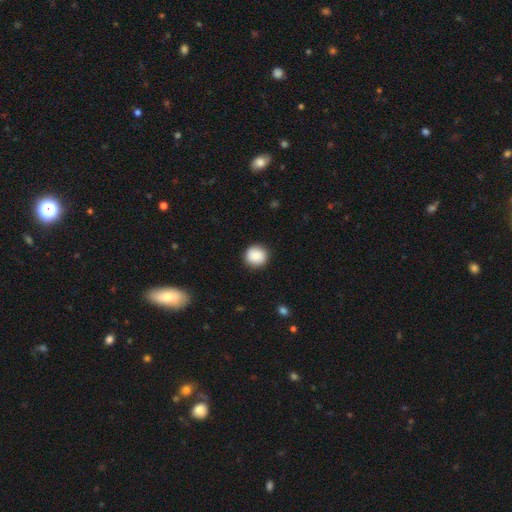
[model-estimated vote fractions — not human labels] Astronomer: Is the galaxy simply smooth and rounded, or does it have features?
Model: smooth — 85%.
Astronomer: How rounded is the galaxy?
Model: round — 93%.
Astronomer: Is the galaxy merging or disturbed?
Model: none — 90%.